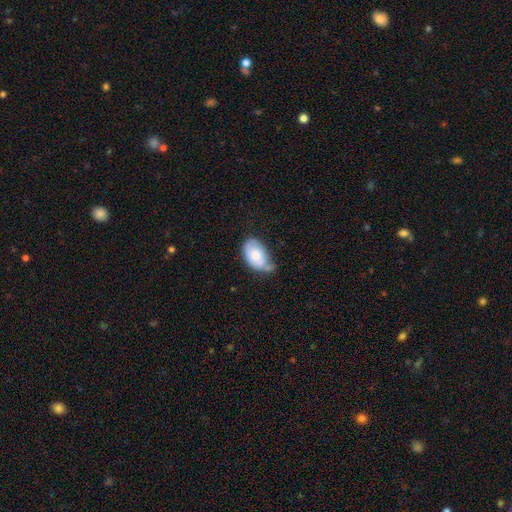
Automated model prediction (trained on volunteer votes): A smooth galaxy with no disk features (70%) that is in between round and cigar-shaped (91%). Merging: minor disturbance (41%).